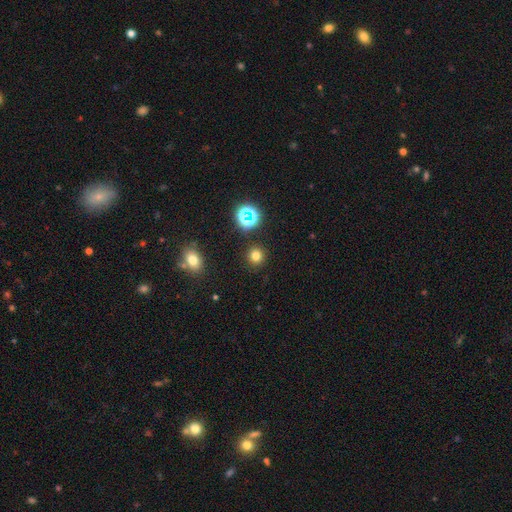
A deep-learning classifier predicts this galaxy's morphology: This is likely a smooth galaxy (75%). How rounded: clearly round (93%). Merging: clearly none (90%).